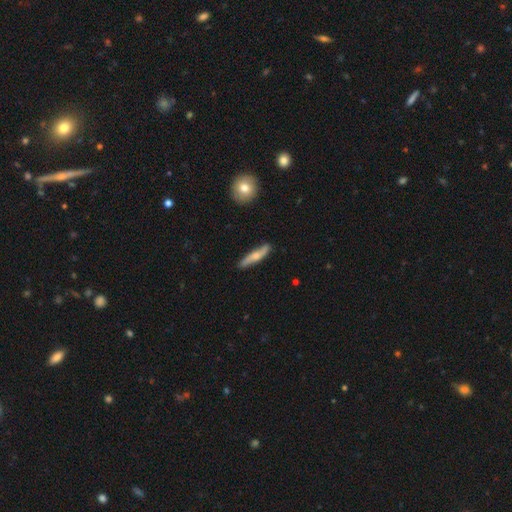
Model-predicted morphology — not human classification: This appears to be a smooth galaxy with no disk features (51%) that is cigar-shaped (85%). Merging: none (80%).